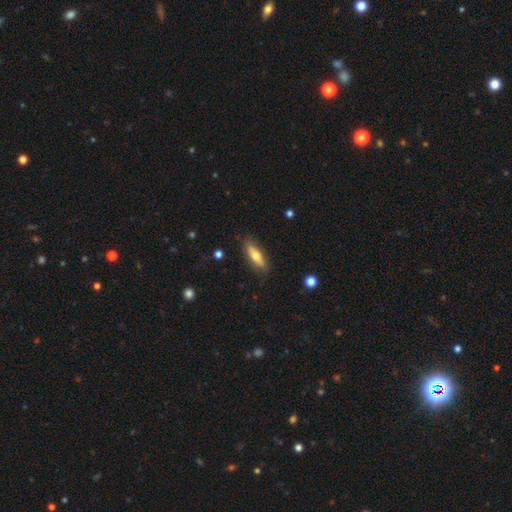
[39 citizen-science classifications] Smooth or featured: smooth — 51% (featured or disk — 41%)
How rounded: in between — 50% (tied with cigar-shaped — 50%)
Merging: none — 72% (minor disturbance — 25%)